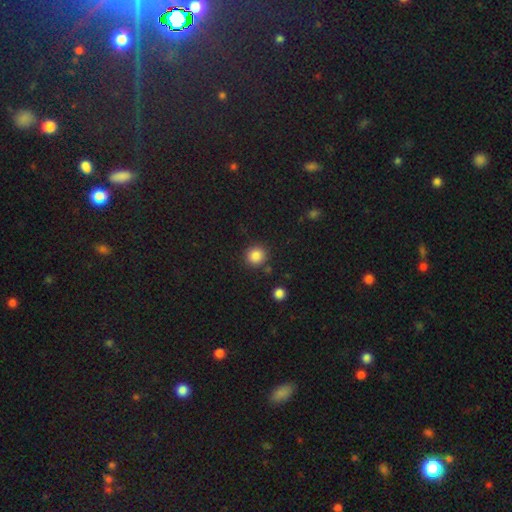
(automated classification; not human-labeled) smooth_or_featured: smooth (p=0.86) [alt: star or artifact p=0.10]
how_rounded: round (p=0.91) [alt: in between p=0.08]
merging: none (p=0.87) [alt: minor disturbance p=0.07]